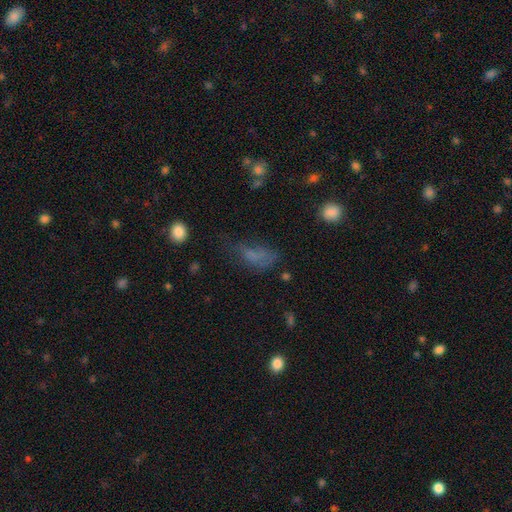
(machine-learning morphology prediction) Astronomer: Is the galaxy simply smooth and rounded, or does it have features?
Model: smooth — 59%.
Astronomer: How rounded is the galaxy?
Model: in between — 79%.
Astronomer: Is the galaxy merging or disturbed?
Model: major disturbance — 35% (runner-up: none, 33%).